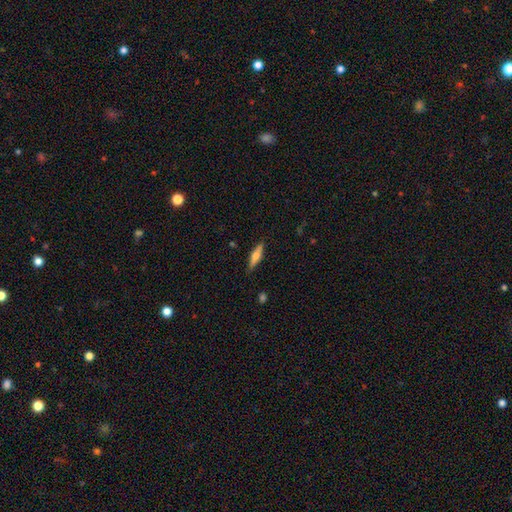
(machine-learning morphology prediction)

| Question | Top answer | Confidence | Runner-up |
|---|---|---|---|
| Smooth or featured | smooth | 48% | featured or disk (45%) |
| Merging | none | 86% | minor disturbance (10%) |